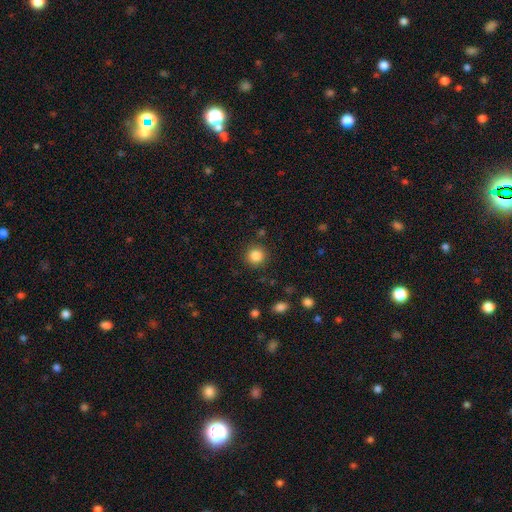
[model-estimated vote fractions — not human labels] A smooth galaxy with no disk features (85%) that is round (93%).

Vote fractions:
- Smooth or featured? smooth: 85% / star or artifact: 11% / featured or disk: 4%
- How rounded? round: 93% / in between: 6% / cigar-shaped: 1%
- Merging? none: 90% / minor disturbance: 6% / major disturbance: 3% / merger: 2%